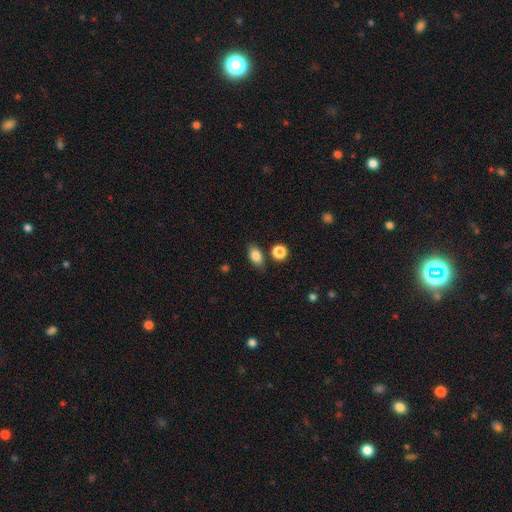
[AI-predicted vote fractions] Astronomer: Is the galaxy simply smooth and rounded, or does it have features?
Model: smooth — 84%.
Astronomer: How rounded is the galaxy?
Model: in between — 84%.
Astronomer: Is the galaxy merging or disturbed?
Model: none — 80%.